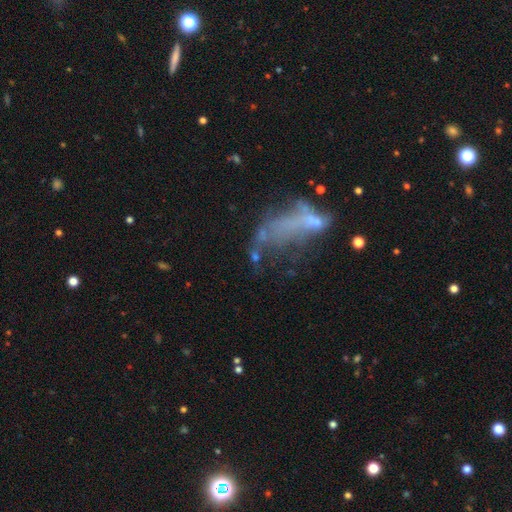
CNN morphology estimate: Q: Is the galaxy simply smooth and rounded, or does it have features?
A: featured or disk — 44%.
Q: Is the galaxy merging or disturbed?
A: major disturbance — 36%.